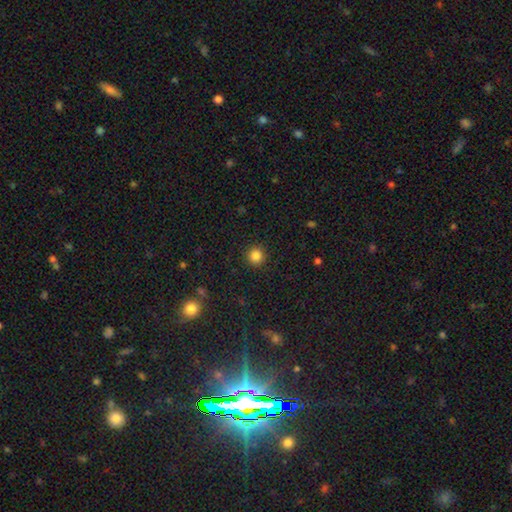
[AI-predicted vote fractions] Overall: smooth (85%). How rounded: round (94%). Merging: none (92%).